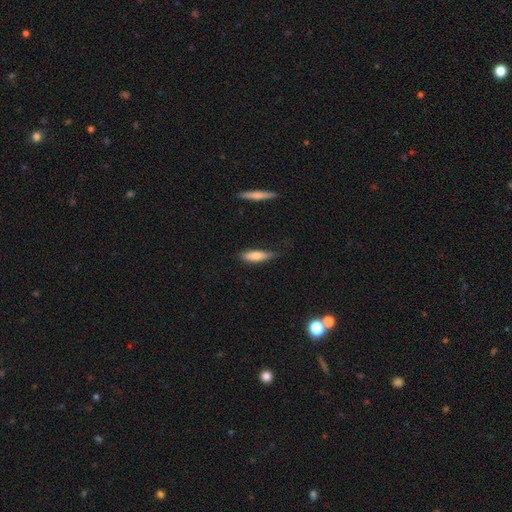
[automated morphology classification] smooth-or-featured: smooth: 77% | featured or disk: 17% | star or artifact: 6%
  how-rounded: cigar-shaped: 57% | in between: 41% | round: 2%
  merging: none: 62% | minor disturbance: 30% | major disturbance: 6% | merger: 2%